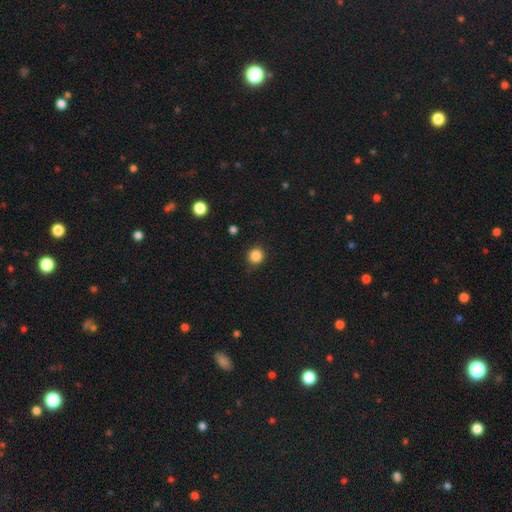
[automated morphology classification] Smooth or featured? smooth (85%)
How rounded? round (92%)
Merging? none (87%)